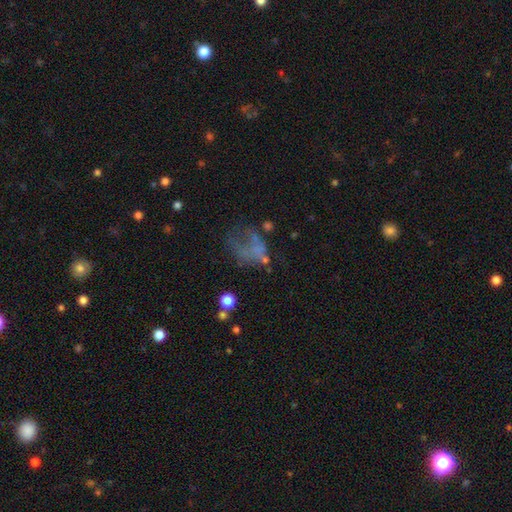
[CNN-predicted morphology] Smooth or featured? Predicted: featured or disk (p=0.42). Merging? Predicted: major disturbance (p=0.40).